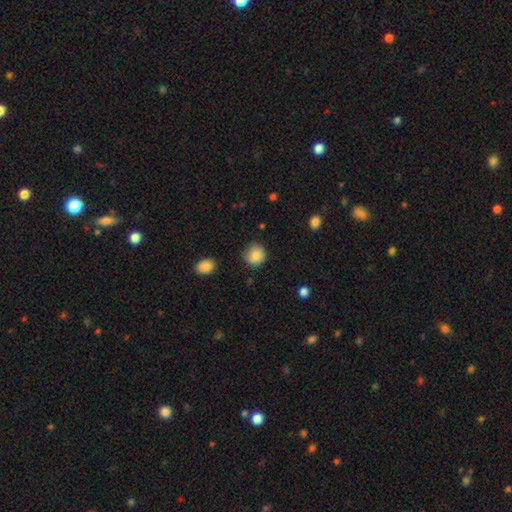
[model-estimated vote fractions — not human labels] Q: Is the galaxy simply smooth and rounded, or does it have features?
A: smooth — 85%.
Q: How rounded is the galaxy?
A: round — 89%.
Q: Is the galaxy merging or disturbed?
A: none — 80%.